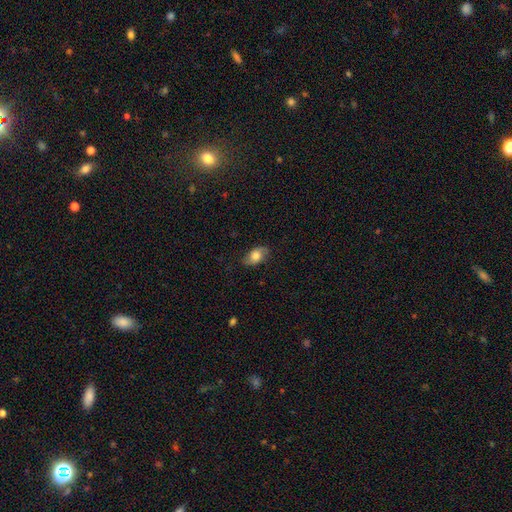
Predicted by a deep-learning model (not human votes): smooth-or-featured: smooth: 65% | featured or disk: 27% | star or artifact: 8%
  how-rounded: in between: 90% | round: 8% | cigar-shaped: 2%
  merging: none: 80% | minor disturbance: 16% | major disturbance: 4% | merger: 1%